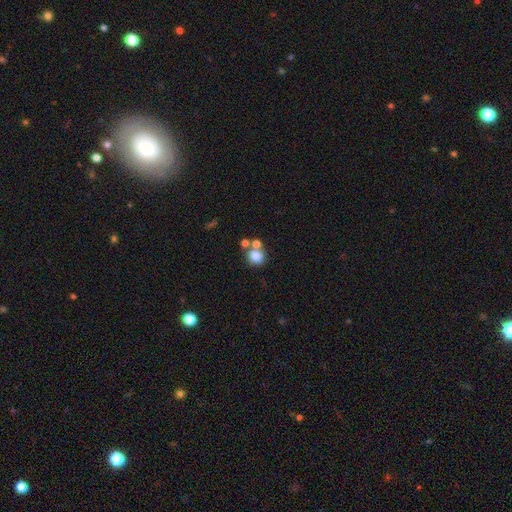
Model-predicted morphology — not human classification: Smooth or featured? smooth (80%)
How rounded? round (78%)
Merging? none (53%)